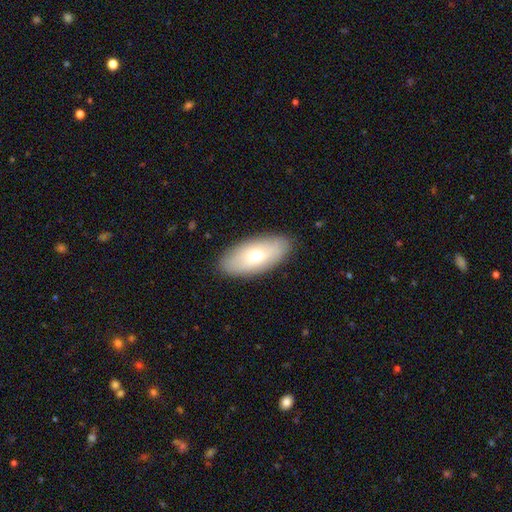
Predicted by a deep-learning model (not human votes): smooth_or_featured: smooth (p=0.69) [alt: featured or disk p=0.25]
how_rounded: in between (p=0.89) [alt: cigar-shaped p=0.08]
merging: none (p=0.87) [alt: minor disturbance p=0.10]